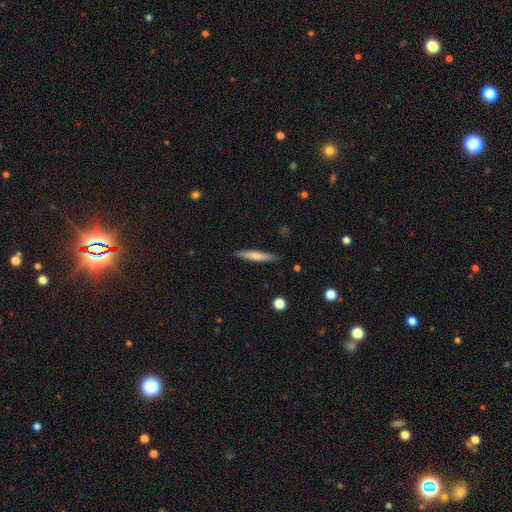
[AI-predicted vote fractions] Smooth or featured? Predicted: smooth (p=0.67). How rounded? Predicted: cigar-shaped (p=0.92). Merging? Predicted: none (p=0.88).